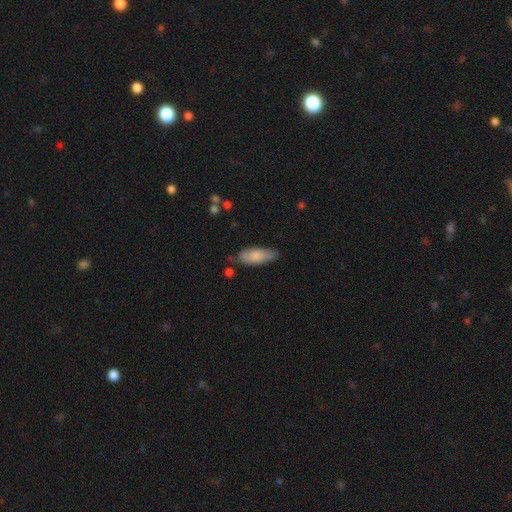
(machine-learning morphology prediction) Overall: smooth (77%). How rounded: in between (75%). Merging: none (70%).